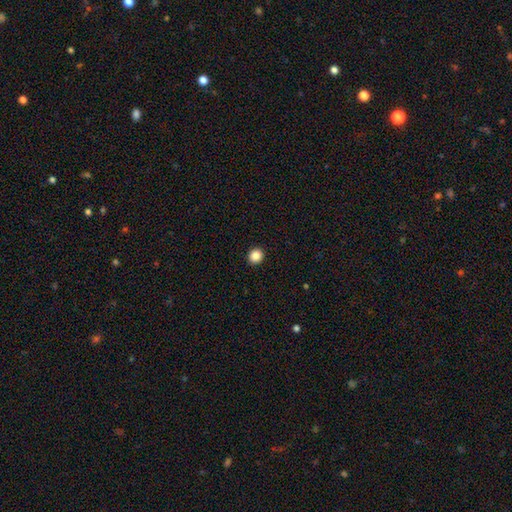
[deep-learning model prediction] smooth_or_featured: smooth (p=0.86) [alt: star or artifact p=0.10]
how_rounded: round (p=0.84) [alt: in between p=0.15]
merging: none (p=0.93) [alt: minor disturbance p=0.04]